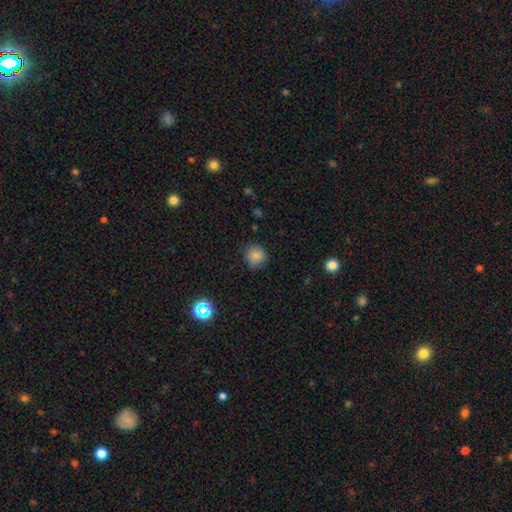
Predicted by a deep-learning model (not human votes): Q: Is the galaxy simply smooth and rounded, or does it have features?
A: smooth — 81%.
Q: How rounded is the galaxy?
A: round — 84%.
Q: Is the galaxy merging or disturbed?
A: none — 77%.